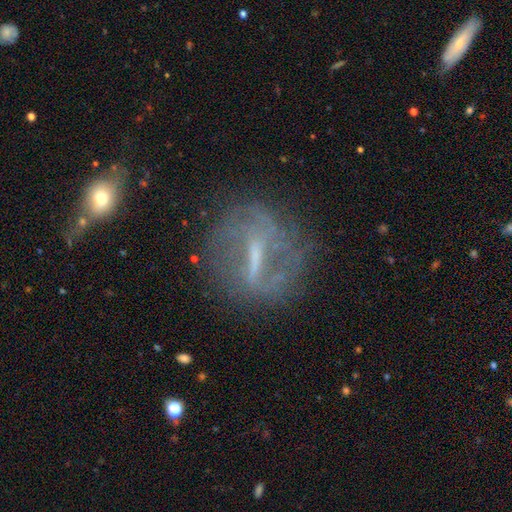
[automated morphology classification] featured or disk 71%, smooth 17%, star or artifact 12%. Down the decision tree: edge-on disk — no (84%); bar — strong (59%); spiral arms — yes (56%); bulge size — small (40%); merging — none (67%).